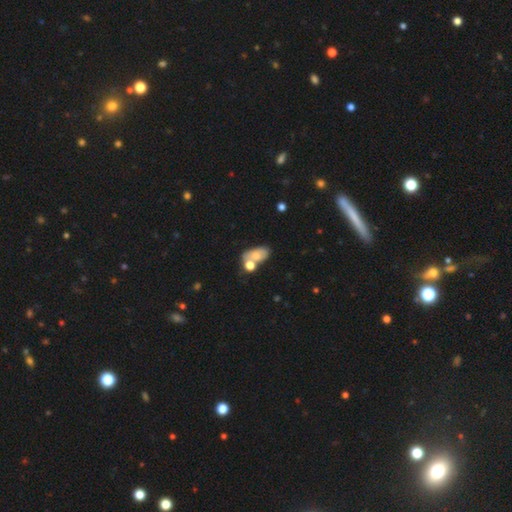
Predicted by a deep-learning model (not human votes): Smooth or featured? smooth (68%)
How rounded? in between (87%)
Merging? merger (40%)